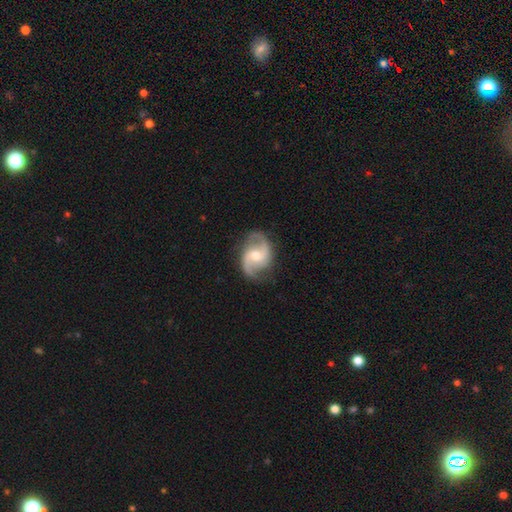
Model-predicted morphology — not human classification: Smooth or featured? Predicted: featured or disk (p=0.90). Edge-on disk? Predicted: no (p=0.98). Bar? Predicted: weak (p=0.47). Spiral arms? Predicted: yes (p=0.98). Spiral winding? Predicted: medium (p=0.54). Spiral arm count? Predicted: 2 (p=0.93). Bulge size? Predicted: moderate (p=0.65). Merging? Predicted: none (p=0.82).